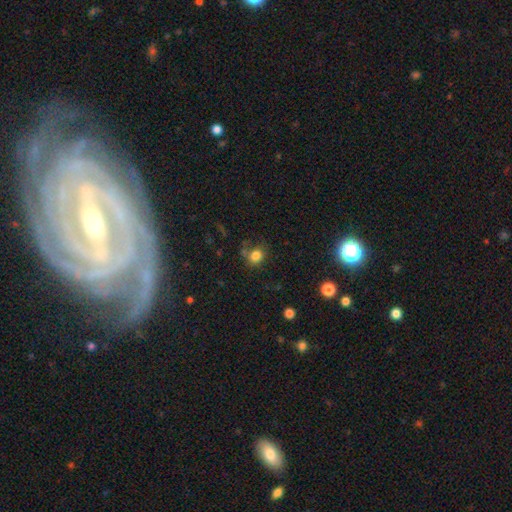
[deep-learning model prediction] smooth 81%, star or artifact 12%, featured or disk 7%. Down the decision tree: how rounded — round (66%); merging — none (63%).